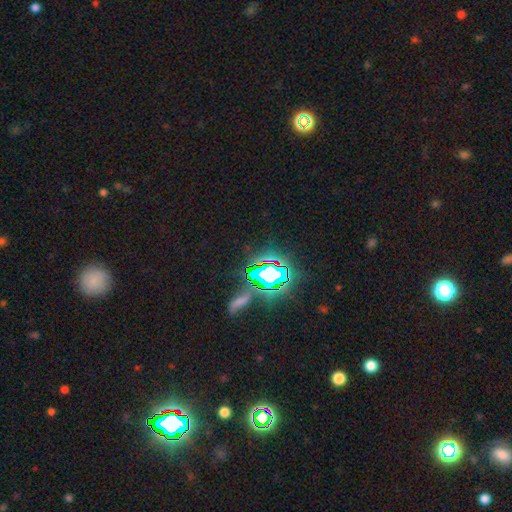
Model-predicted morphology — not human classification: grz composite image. It shows a star or artifact, not a galaxy (81%).